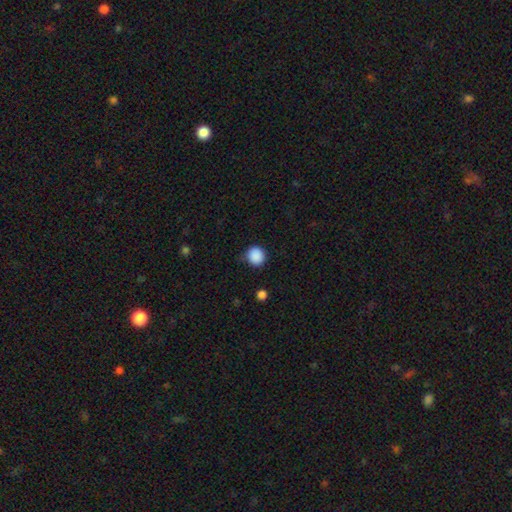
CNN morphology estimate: This is clearly a smooth galaxy (88%). How rounded: clearly round (89%). Merging: clearly none (82%).